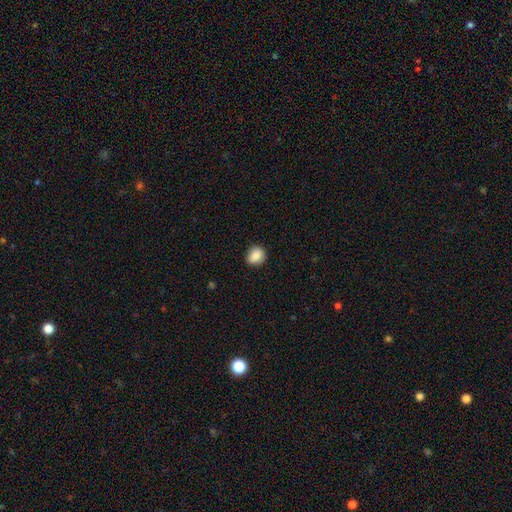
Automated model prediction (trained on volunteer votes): Q: Smooth or featured?
A: smooth (86%); runner-up: star or artifact (8%)
Q: How rounded?
A: round (68%); runner-up: in between (31%)
Q: Merging?
A: none (85%); runner-up: minor disturbance (12%)